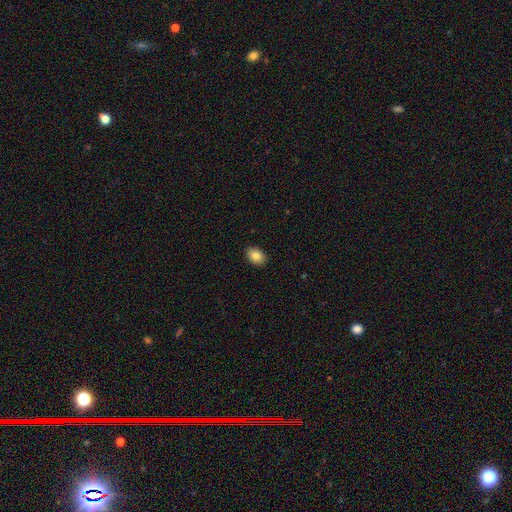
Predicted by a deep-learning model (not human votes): Smooth or featured? Predicted: smooth (p=0.85). How rounded? Predicted: in between (p=0.77). Merging? Predicted: none (p=0.90).